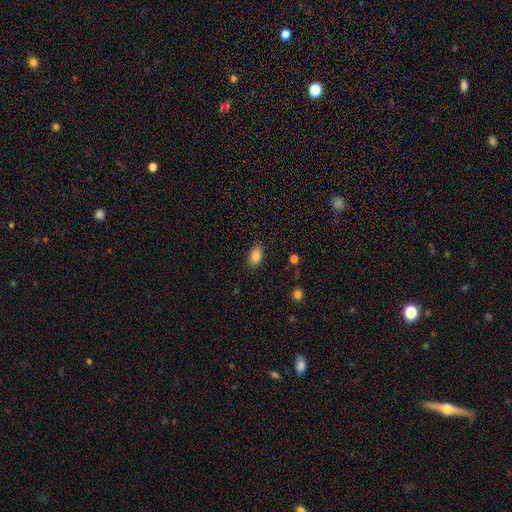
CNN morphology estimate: Smooth or featured?
  - smooth: 86% *
  - star or artifact: 9%
  - featured or disk: 5%
How rounded?
  - in between: 89% *
  - round: 9%
  - cigar-shaped: 2%
Merging?
  - none: 83% *
  - minor disturbance: 13%
  - major disturbance: 3%
  - merger: 1%